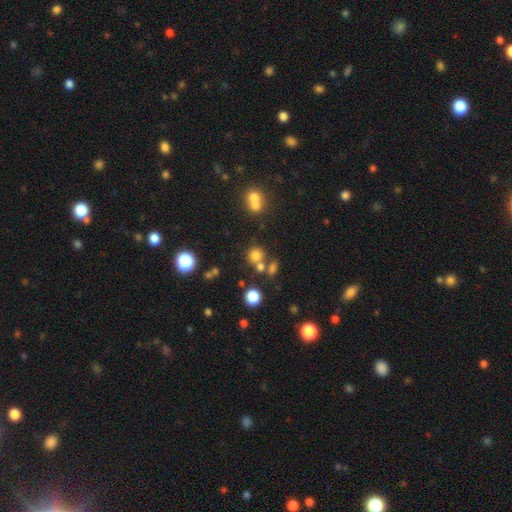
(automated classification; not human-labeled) Overall: smooth (73%). How rounded: round (86%). Merging: none (64%).